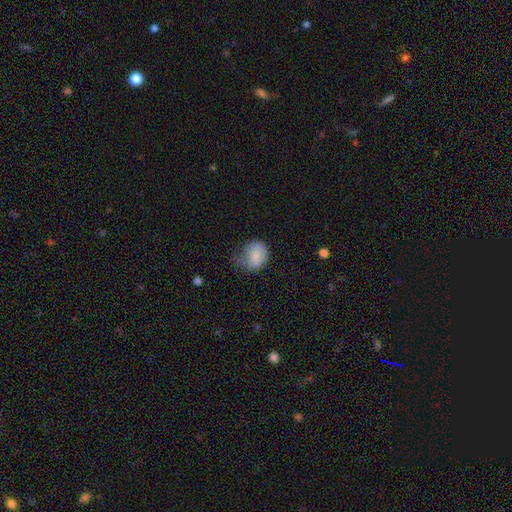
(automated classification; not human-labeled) Overall: smooth (80%). How rounded: round (58%; in between 42%). Merging: minor disturbance (39%; none 36%).